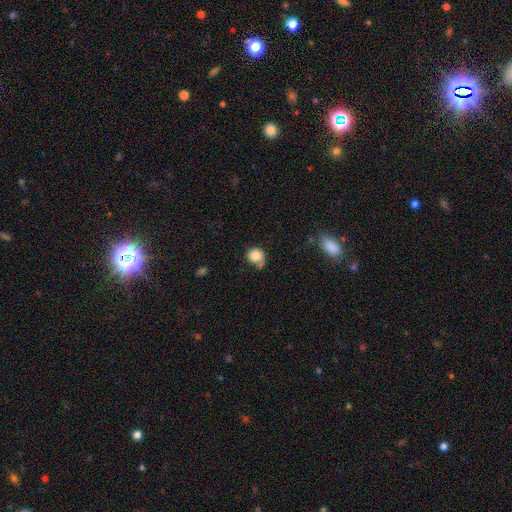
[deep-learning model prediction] The model was most divided on "merging": none: 53%, minor disturbance: 25%, merger: 12%, major disturbance: 10%. More confident: how rounded — round (83%); smooth or featured — smooth (82%).